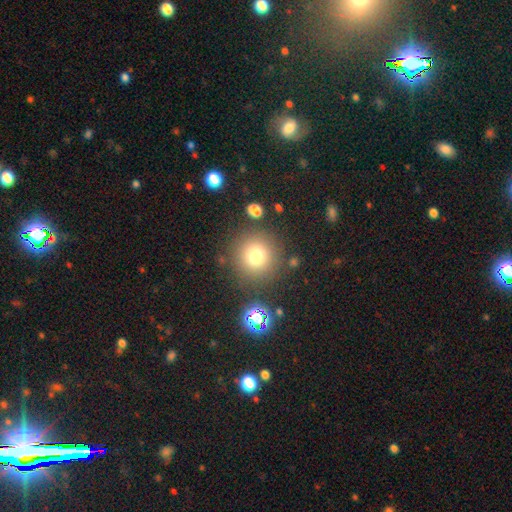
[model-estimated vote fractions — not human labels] smooth 76%, star or artifact 15%, featured or disk 9%. Down the decision tree: how rounded — round (95%); merging — none (85%).